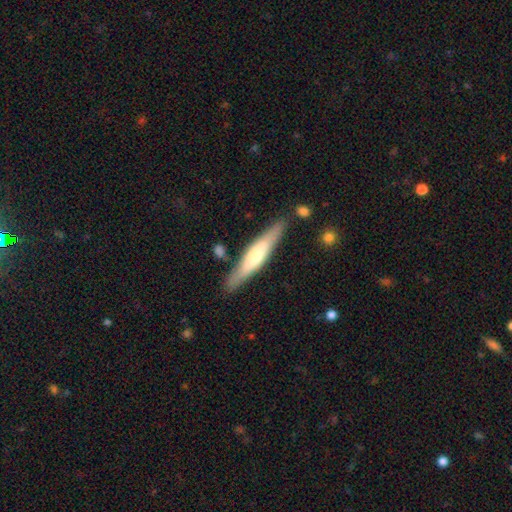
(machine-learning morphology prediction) This is possibly a featured or disk galaxy (48%). Merging: clearly none (83%).